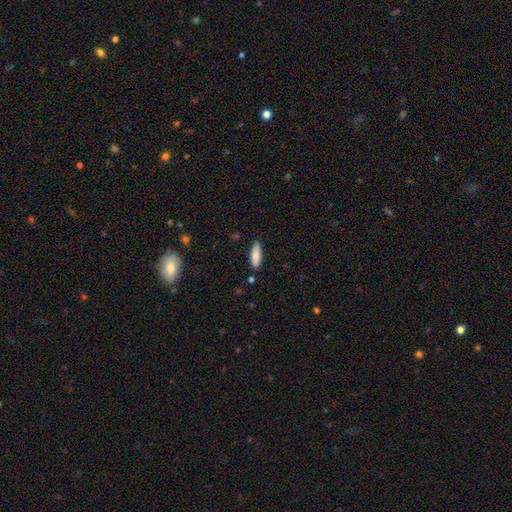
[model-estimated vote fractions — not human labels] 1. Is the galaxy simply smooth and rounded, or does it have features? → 84% smooth, 9% featured or disk, 6% star or artifact.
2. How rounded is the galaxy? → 59% in between, 39% cigar-shaped, 2% round.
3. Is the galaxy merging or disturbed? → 84% none, 12% minor disturbance, 2% major disturbance, 2% merger.